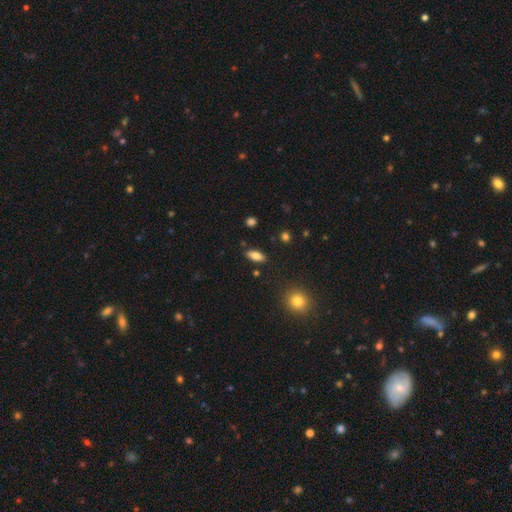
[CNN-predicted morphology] Smooth or featured? Predicted: smooth (p=0.78). How rounded? Predicted: in between (p=0.80). Merging? Predicted: none (p=0.86).